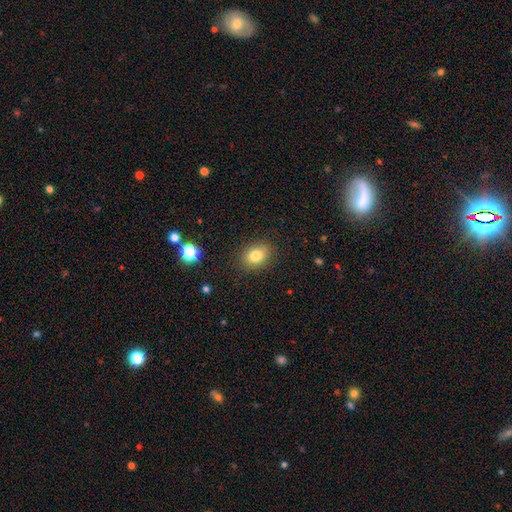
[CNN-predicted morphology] The model was most divided on "how rounded": in between: 60%, round: 39%, cigar-shaped: 1%. More confident: merging — none (87%); smooth or featured — smooth (82%).